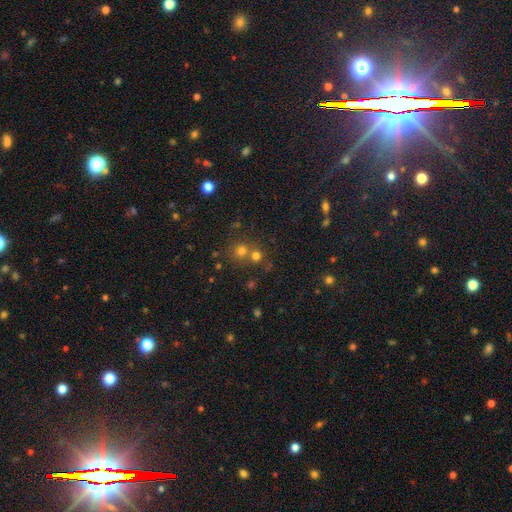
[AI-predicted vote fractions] smooth 68%, star or artifact 22%, featured or disk 10%. Down the decision tree: how rounded — round (87%); merging — none (53%).